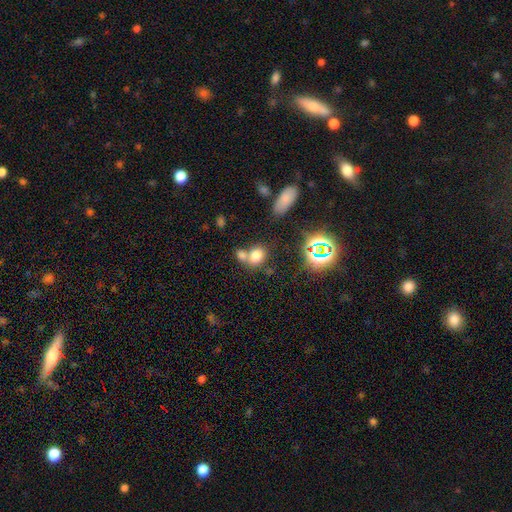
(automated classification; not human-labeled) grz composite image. It shows a smooth galaxy with no disk features (73%) that is in between round and cigar-shaped (54%). Merging: merger (45%).